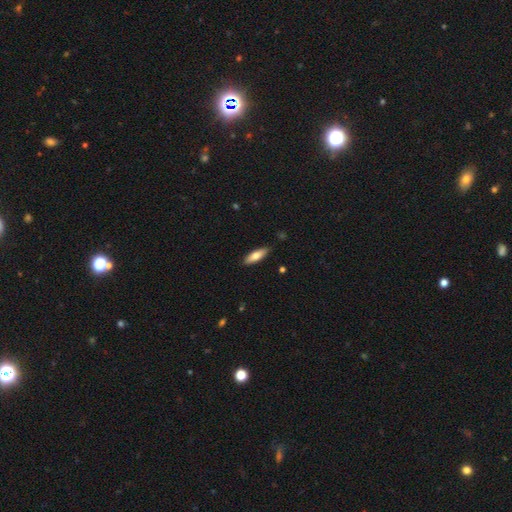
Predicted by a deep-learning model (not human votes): A smooth galaxy with no disk features (73%) that is in between round and cigar-shaped (49%, tied with cigar-shaped). Merging: none (88%).